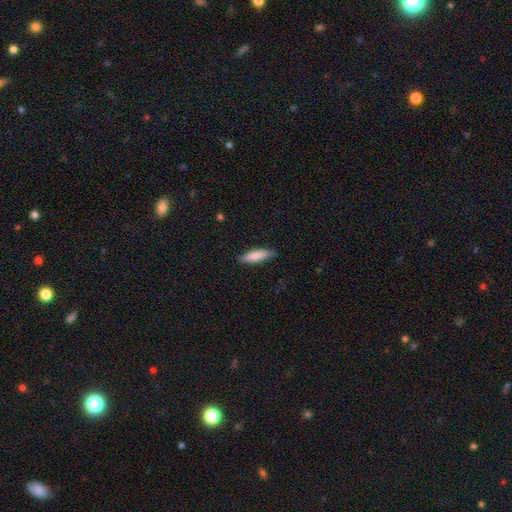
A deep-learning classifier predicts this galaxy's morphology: A smooth galaxy with no disk features (82%) that is cigar-shaped (66%).

Vote fractions:
- Smooth or featured? smooth: 82% / featured or disk: 12% / star or artifact: 6%
- How rounded? cigar-shaped: 66% / in between: 33% / round: 1%
- Merging? none: 83% / minor disturbance: 14% / major disturbance: 2% / merger: 1%